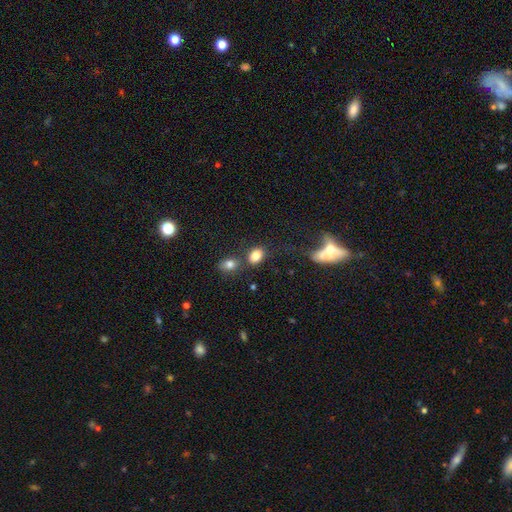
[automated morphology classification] type=smooth (83%); roundness=in between (75%); merging=none (62%).